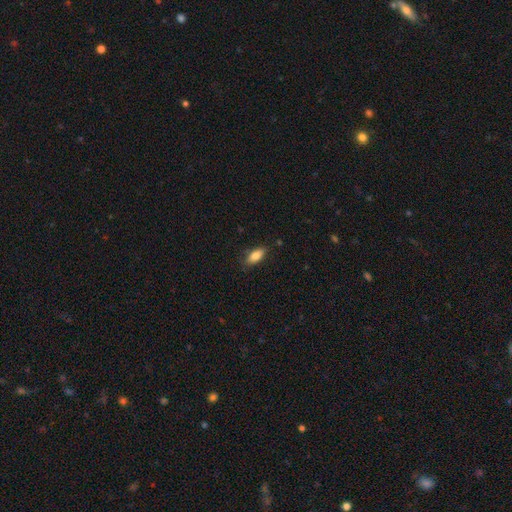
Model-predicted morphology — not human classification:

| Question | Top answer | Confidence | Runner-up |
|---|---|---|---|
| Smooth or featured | smooth | 82% | featured or disk (11%) |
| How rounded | in between | 82% | cigar-shaped (15%) |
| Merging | none | 82% | minor disturbance (14%) |